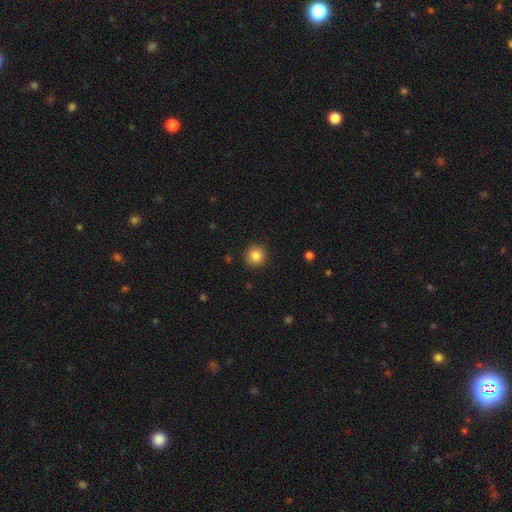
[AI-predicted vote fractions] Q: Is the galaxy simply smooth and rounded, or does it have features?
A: smooth — 84%.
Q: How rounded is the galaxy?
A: round — 94%.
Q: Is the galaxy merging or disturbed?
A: none — 91%.